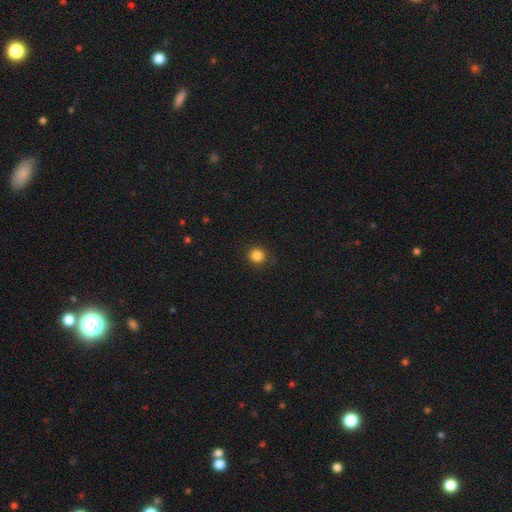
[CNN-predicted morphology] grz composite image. It shows a smooth galaxy with no disk features (85%) that is round (92%). Merging: none (88%).